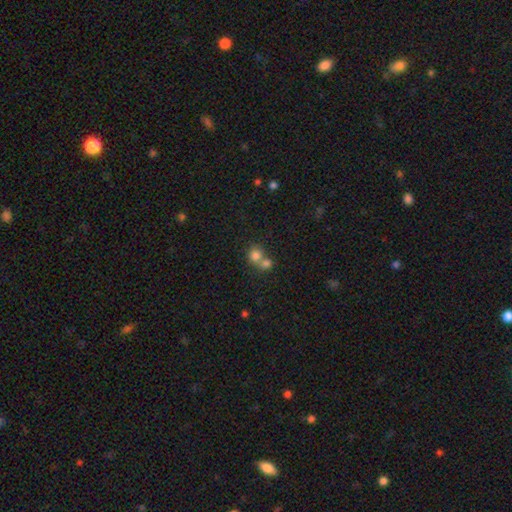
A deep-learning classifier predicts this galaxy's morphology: A smooth galaxy with no disk features (77%) that is round (77%). Merging: merger (58%).